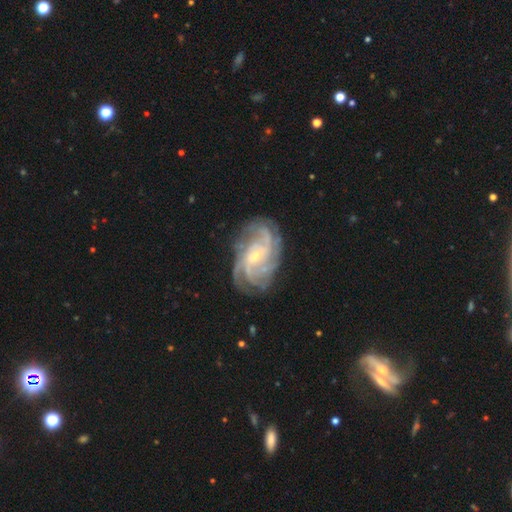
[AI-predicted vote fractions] Morphology: type=featured or disk (89%); edge-on=no (97%); bar=no (44%, tied with weak); spiral arms=yes (98%); winding=tight (52%); arm count=4 (32%); bulge=small (72%); merging=none (76%).